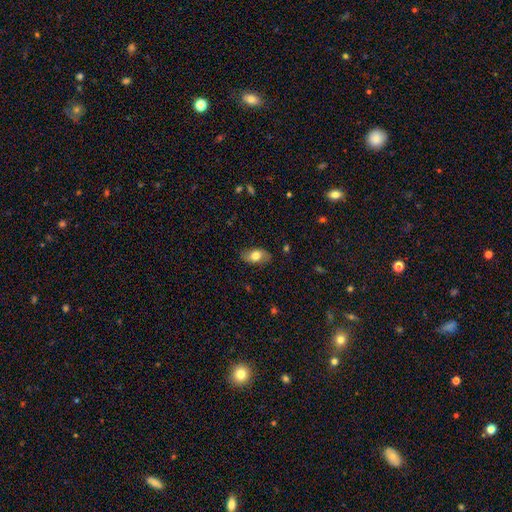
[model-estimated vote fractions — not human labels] smooth_or_featured: smooth (p=0.68) [alt: featured or disk p=0.24]
how_rounded: in between (p=0.90) [alt: round p=0.07]
merging: none (p=0.81) [alt: minor disturbance p=0.14]